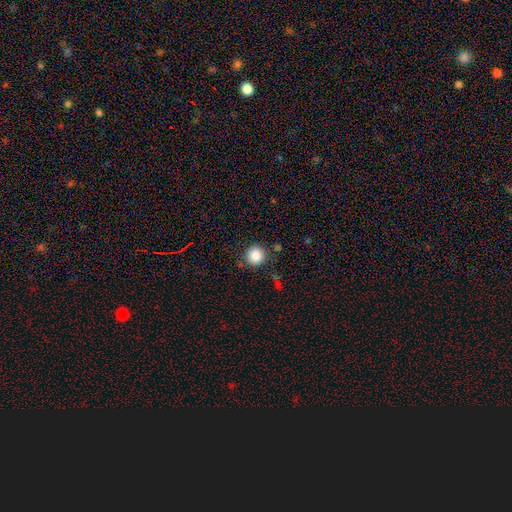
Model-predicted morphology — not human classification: smooth-or-featured: smooth: 85% | star or artifact: 10% | featured or disk: 5%
  how-rounded: round: 93% | in between: 6% | cigar-shaped: 1%
  merging: none: 86% | minor disturbance: 9% | major disturbance: 3% | merger: 3%